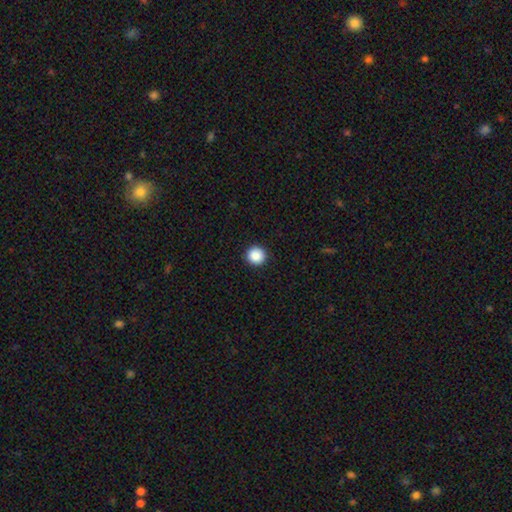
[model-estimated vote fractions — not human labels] A smooth galaxy with no disk features (88%) that is round (94%). Merging: none (93%).